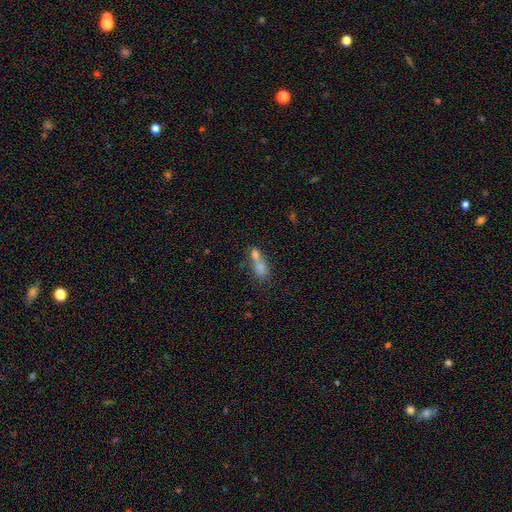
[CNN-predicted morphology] A smooth galaxy with no disk features (68%) that is in between round and cigar-shaped (61%). Merging: merger (65%).